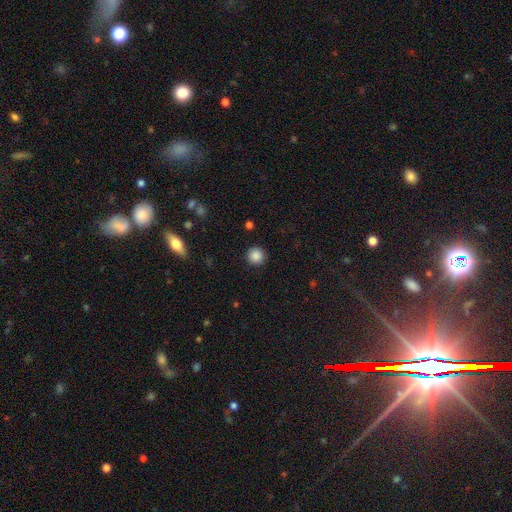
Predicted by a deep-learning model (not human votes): smooth 87%, star or artifact 10%, featured or disk 3%. Down the decision tree: how rounded — round (95%); merging — none (92%).